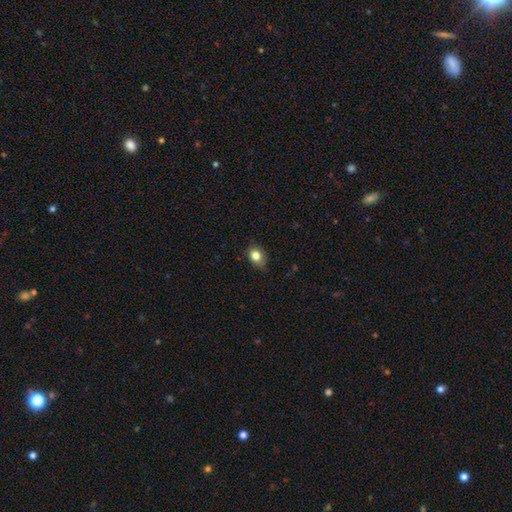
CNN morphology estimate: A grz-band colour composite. It shows a smooth galaxy with no disk features (81%) that is in between round and cigar-shaped (57%). Merging: none (70%).